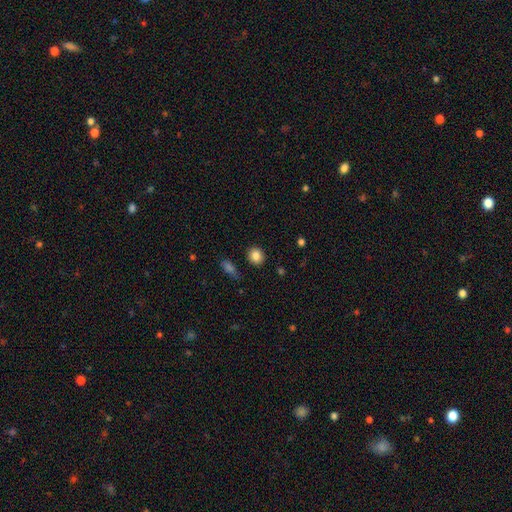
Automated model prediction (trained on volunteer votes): smooth 85%, star or artifact 9%, featured or disk 5%. Down the decision tree: how rounded — round (76%); merging — none (87%).